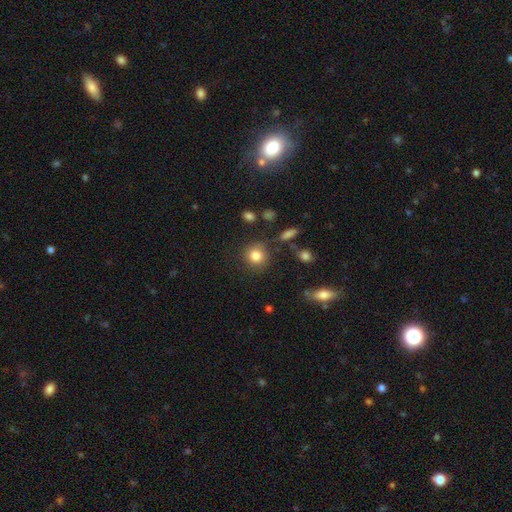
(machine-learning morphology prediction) Smooth or featured?
  - smooth: 83% *
  - star or artifact: 11%
  - featured or disk: 7%
How rounded?
  - round: 88% *
  - in between: 11%
  - cigar-shaped: 1%
Merging?
  - none: 82% *
  - minor disturbance: 11%
  - major disturbance: 4%
  - merger: 3%